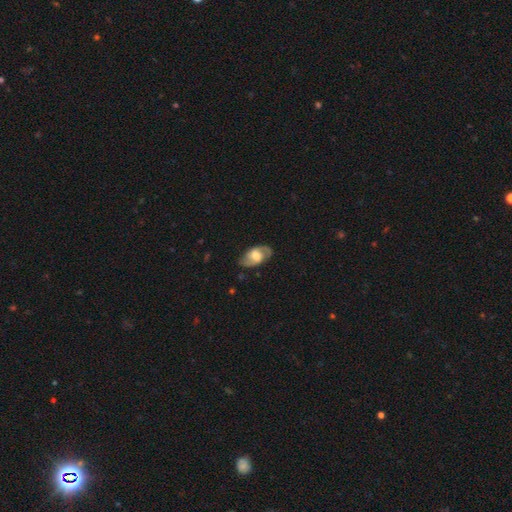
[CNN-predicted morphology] A featured or disk galaxy (69%) with a weak bar (47%), 2 (87%) medium (49%) spiral arms (85%) and a moderate central bulge (41%).

Vote fractions:
- Smooth or featured? featured or disk: 69% / smooth: 25% / star or artifact: 6%
- Edge-on disk? no: 94% / yes: 6%
- Bar? weak: 47% / no: 34% / strong: 18%
- Spiral arms? yes: 85% / no: 15%
- Spiral winding? medium: 49% / loose: 26% / tight: 25%
- Spiral arm count? 2: 87% / can't tell: 7% / 1: 2% / 3: 1% / 4: 1% / more than 4: 1%
- Bulge size? moderate: 41% / large: 35% / small: 14% / none: 7% / dominant: 3%
- Merging? none: 78% / minor disturbance: 16% / major disturbance: 5% / merger: 1%